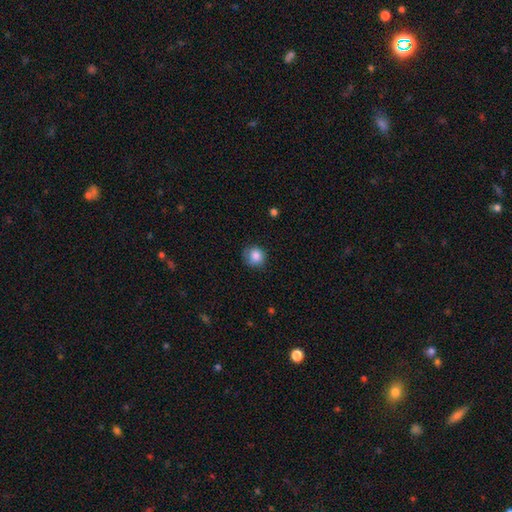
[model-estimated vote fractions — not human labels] Smooth or featured: smooth — 85% (star or artifact — 9%)
How rounded: round — 84% (in between — 16%)
Merging: none — 71% (minor disturbance — 22%)